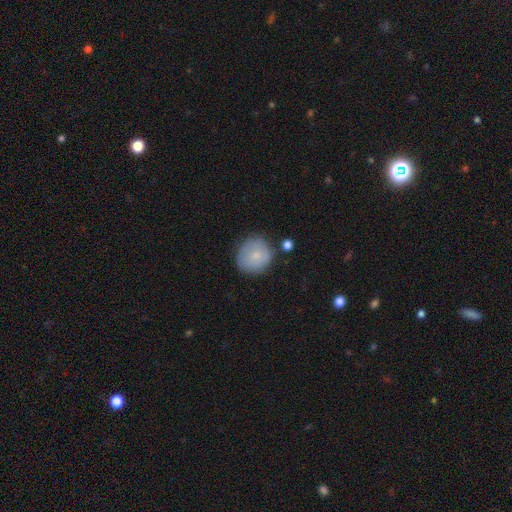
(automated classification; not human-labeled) A smooth galaxy with no disk features (78%) that is round (87%). Merging: none (71%).